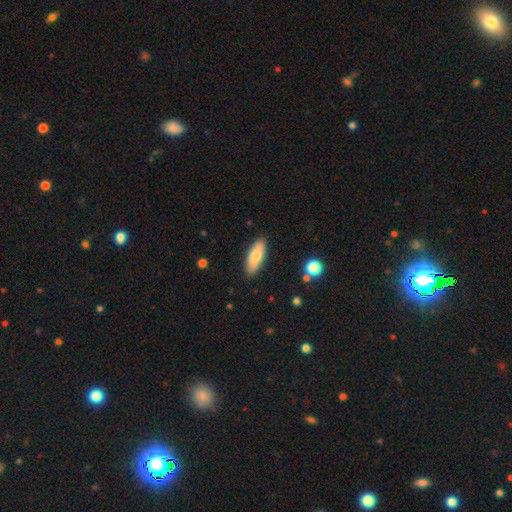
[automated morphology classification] The model was most divided on "how rounded": in between: 76%, cigar-shaped: 22%, round: 2%. More confident: merging — none (88%); smooth or featured — smooth (78%).